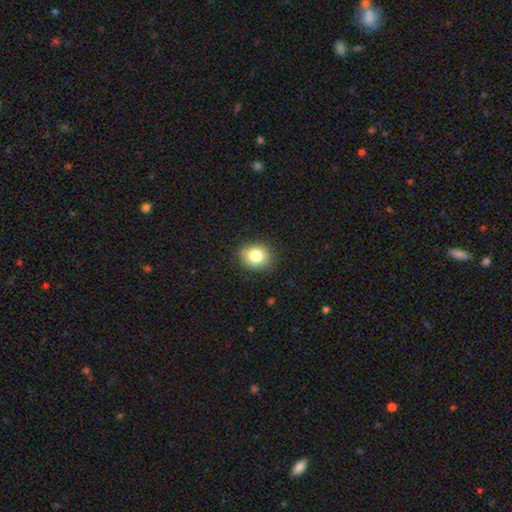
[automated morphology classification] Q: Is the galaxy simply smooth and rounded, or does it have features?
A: smooth — 82%.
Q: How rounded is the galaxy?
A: round — 53%.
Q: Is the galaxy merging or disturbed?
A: none — 85%.